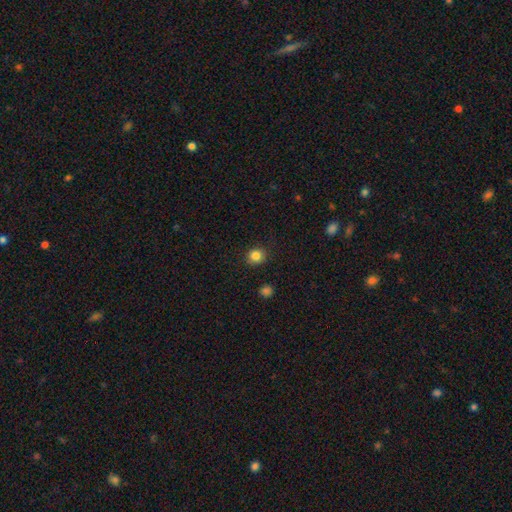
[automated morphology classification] This is clearly a smooth galaxy (84%). How rounded: clearly round (87%). Merging: clearly none (89%).